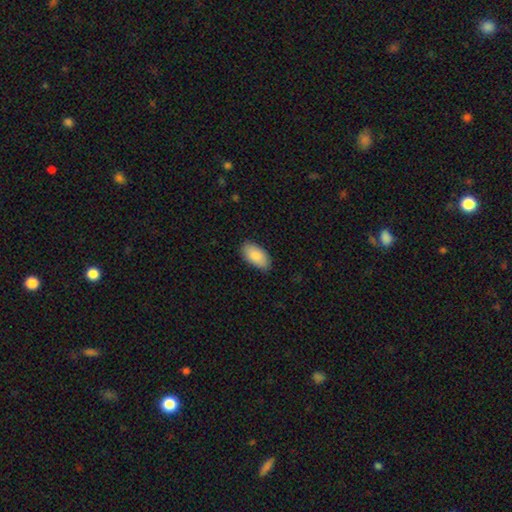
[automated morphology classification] smooth_or_featured: smooth (p=0.87) [alt: featured or disk p=0.07]
how_rounded: in between (p=0.95) [alt: cigar-shaped p=0.03]
merging: none (p=0.84) [alt: minor disturbance p=0.13]